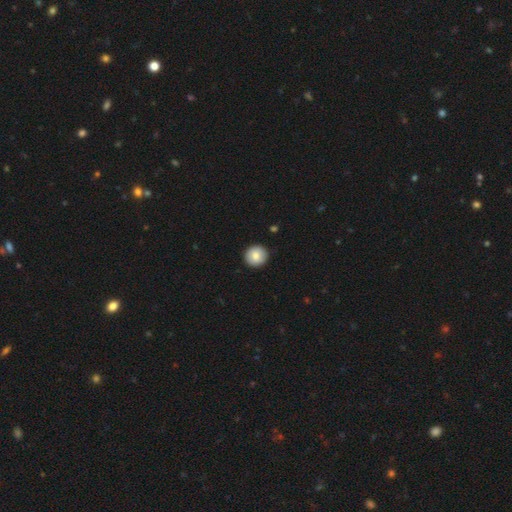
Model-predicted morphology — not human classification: Smooth or featured? Predicted: smooth (p=0.82). How rounded? Predicted: round (p=0.93). Merging? Predicted: none (p=0.92).